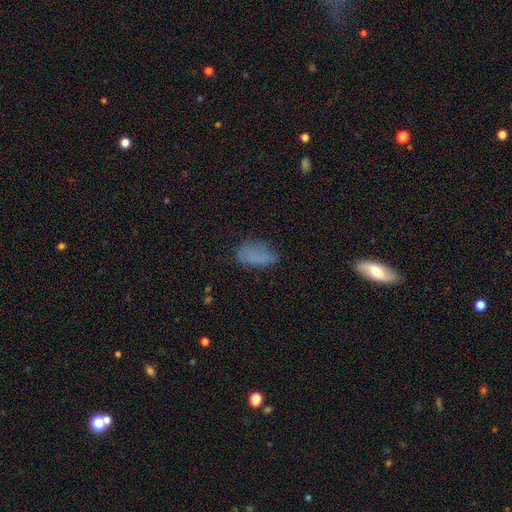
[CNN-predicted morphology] A smooth galaxy with no disk features (74%) that is in between round and cigar-shaped (90%). Merging: none (61%).